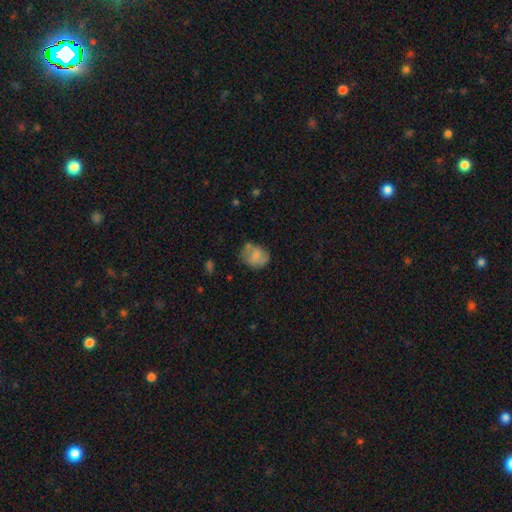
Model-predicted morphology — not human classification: Overall: smooth (65%; featured or disk 26%). How rounded: round (56%; in between 43%). Merging: none (58%; minor disturbance 25%).